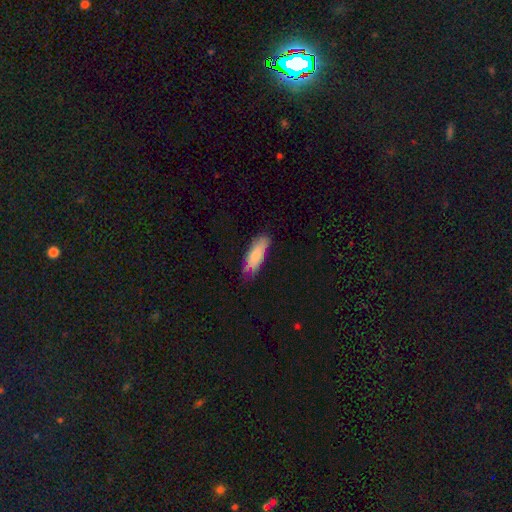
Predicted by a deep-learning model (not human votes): Smooth or featured?
  - smooth: 76% *
  - featured or disk: 18%
  - star or artifact: 6%
How rounded?
  - in between: 65% *
  - cigar-shaped: 33%
  - round: 2%
Merging?
  - none: 60% *
  - minor disturbance: 31%
  - major disturbance: 7%
  - merger: 2%